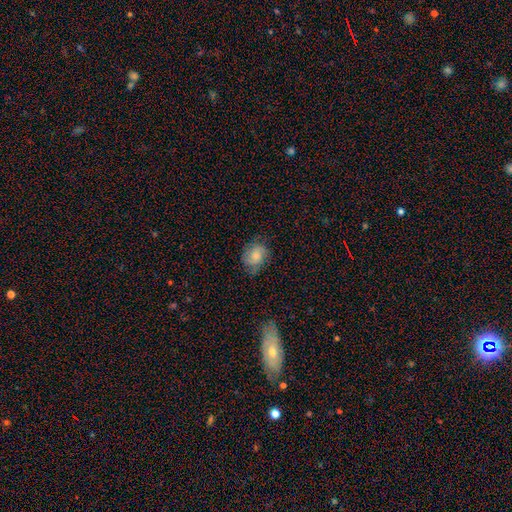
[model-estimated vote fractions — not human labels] smooth 61%, featured or disk 31%, star or artifact 8%. Down the decision tree: how rounded — round (58%); merging — none (66%).